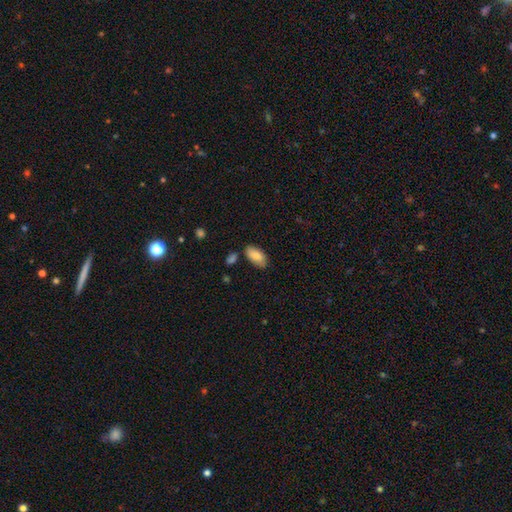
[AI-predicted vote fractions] A smooth galaxy with no disk features (83%) that is in between round and cigar-shaped (94%). Merging: none (77%).